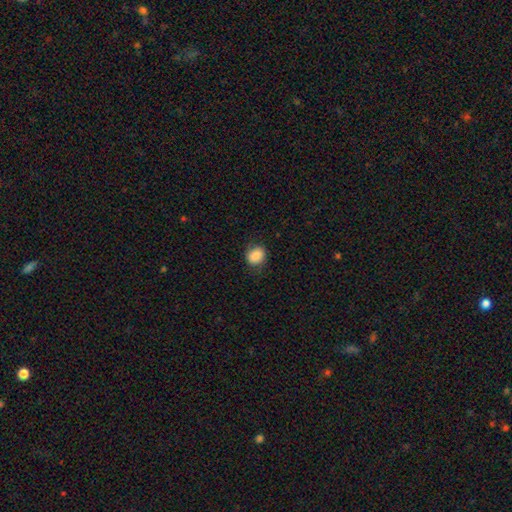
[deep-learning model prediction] The model was most divided on "how rounded": round: 57%, in between: 42%, cigar-shaped: 1%. More confident: smooth or featured — smooth (87%); merging — none (78%).